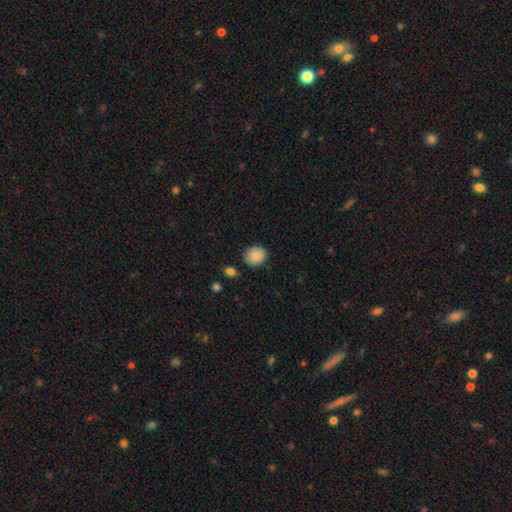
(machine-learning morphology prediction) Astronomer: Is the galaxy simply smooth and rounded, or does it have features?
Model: smooth — 88%.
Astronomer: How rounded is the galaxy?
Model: round — 78%.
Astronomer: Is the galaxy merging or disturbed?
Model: none — 85%.